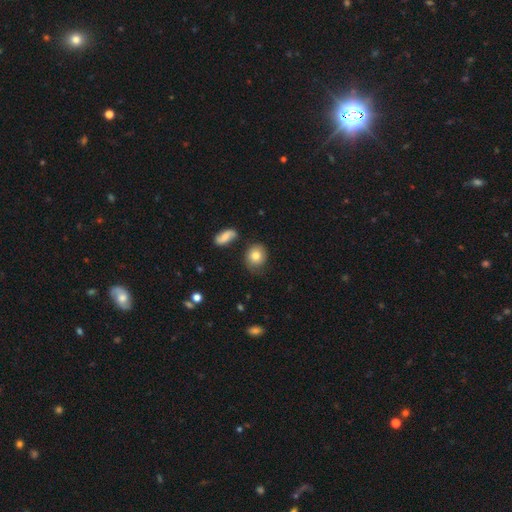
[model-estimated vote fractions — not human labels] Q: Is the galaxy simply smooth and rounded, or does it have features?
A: smooth — 76%.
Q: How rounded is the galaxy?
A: round — 67%.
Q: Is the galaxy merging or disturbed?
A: none — 66%.